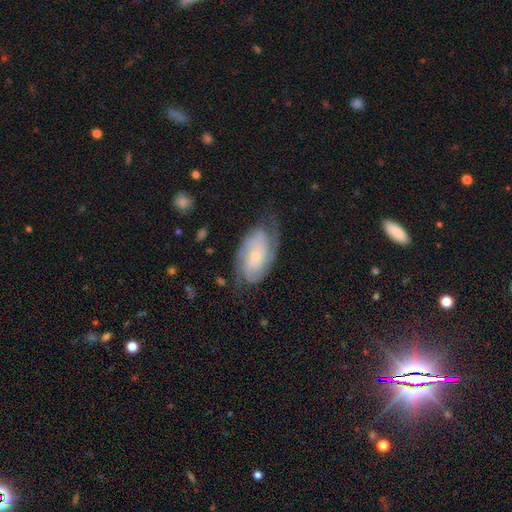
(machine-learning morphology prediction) Overall: featured or disk (80%). Edge-on disk: no (96%). Bar: no (67%). Spiral arms: yes (95%). Spiral arm count: 2 (54%; can't tell 22%). Spiral winding: tight (54%; medium 36%). Bulge size: small (73%). Merging: none (66%).